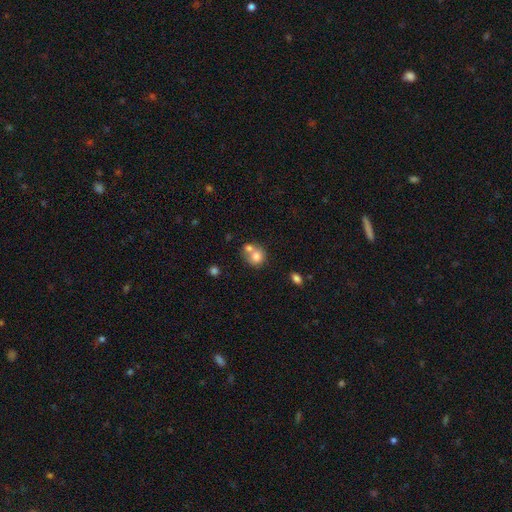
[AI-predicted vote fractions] smooth 76%, featured or disk 15%, star or artifact 10%. Down the decision tree: how rounded — round (77%); merging — merger (52%).